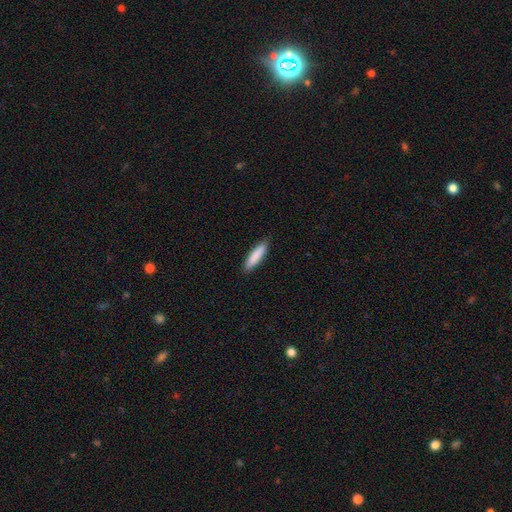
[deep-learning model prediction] This appears to be a smooth galaxy with no disk features (86%) that is cigar-shaped (81%). Merging: none (88%).